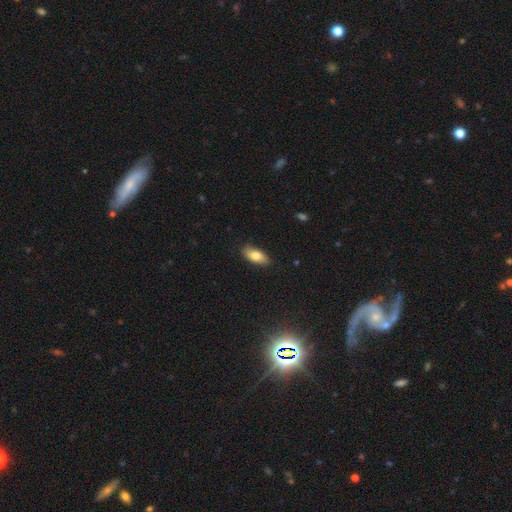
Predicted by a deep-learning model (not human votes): This appears to be a smooth galaxy with no disk features (80%) that is in between round and cigar-shaped (87%). Merging: none (85%).